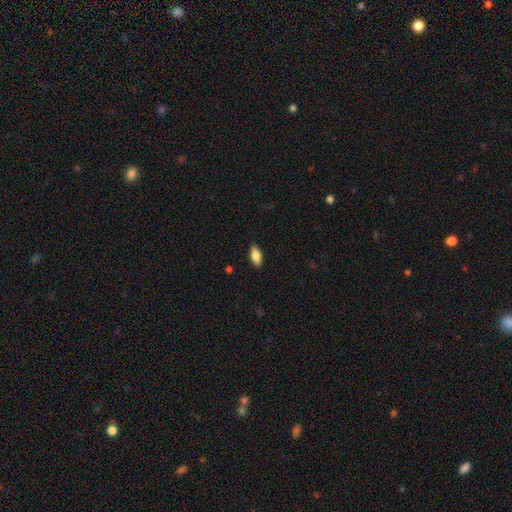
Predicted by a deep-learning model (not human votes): A smooth galaxy with no disk features (84%) that is in between round and cigar-shaped (88%). Merging: none (89%).